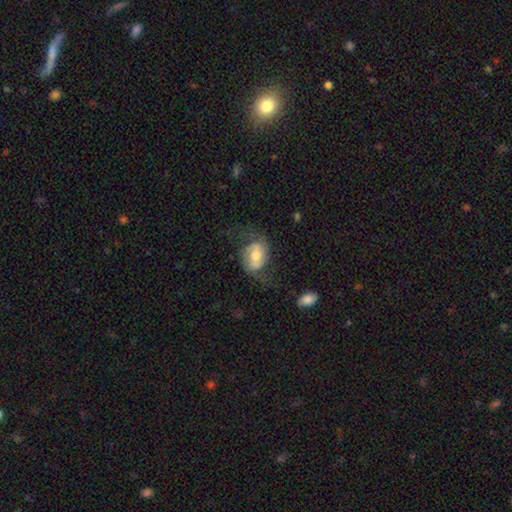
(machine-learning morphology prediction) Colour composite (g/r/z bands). It shows a featured or disk galaxy (61%) with a weak bar (40%), spiral arms (82%) and a moderate central bulge (69%). Merging: none (54%).